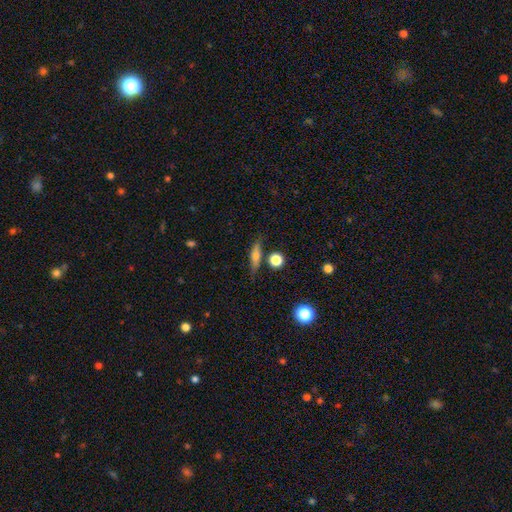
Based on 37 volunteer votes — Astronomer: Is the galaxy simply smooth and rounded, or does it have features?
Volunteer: smooth — 62%.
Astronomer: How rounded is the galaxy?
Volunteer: cigar-shaped — 87%.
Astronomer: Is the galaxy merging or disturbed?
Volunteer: none — 78%.